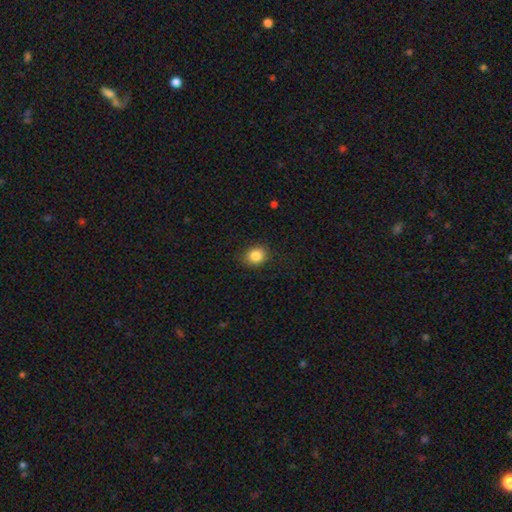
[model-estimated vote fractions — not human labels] smooth-or-featured: smooth: 85% | star or artifact: 10% | featured or disk: 5%
  how-rounded: round: 62% | in between: 37% | cigar-shaped: 1%
  merging: none: 82% | minor disturbance: 13% | major disturbance: 3% | merger: 1%